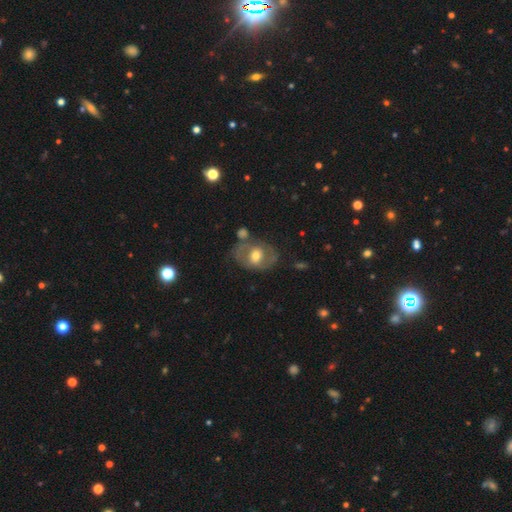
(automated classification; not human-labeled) Q: Smooth or featured?
A: featured or disk (54%); runner-up: smooth (39%)
Q: Edge-on disk?
A: no (94%); runner-up: yes (6%)
Q: Bar?
A: no (48%); runner-up: weak (37%)
Q: Spiral arms?
A: no (54%); runner-up: yes (46%)
Q: Bulge size?
A: moderate (69%); runner-up: small (16%)
Q: Merging?
A: none (59%); runner-up: minor disturbance (20%)